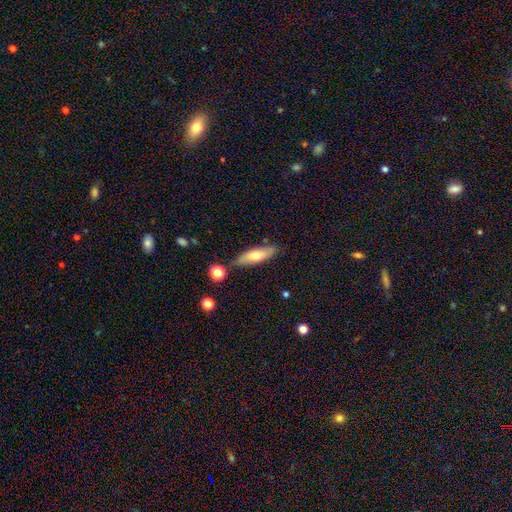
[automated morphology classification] smooth 59%, featured or disk 34%, star or artifact 7%. Down the decision tree: how rounded — cigar-shaped (52%); merging — none (78%).